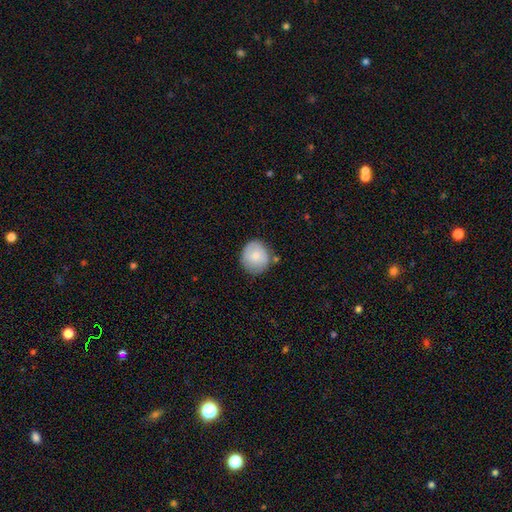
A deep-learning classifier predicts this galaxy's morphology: The model was most divided on "merging": none: 71%, minor disturbance: 20%, merger: 4%, major disturbance: 4%. More confident: how rounded — round (83%); smooth or featured — smooth (73%).